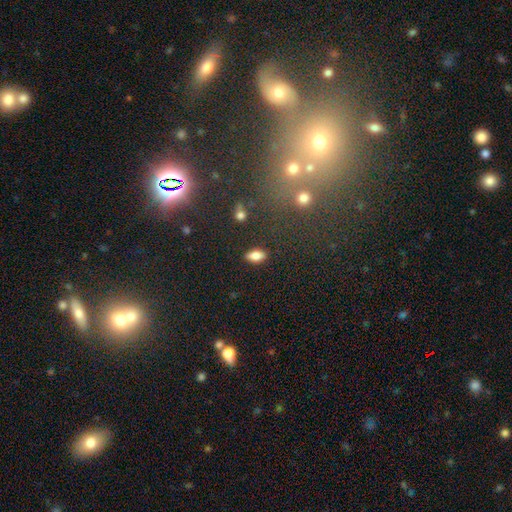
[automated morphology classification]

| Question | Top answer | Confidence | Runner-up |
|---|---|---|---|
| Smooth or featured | smooth | 83% | star or artifact (9%) |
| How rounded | in between | 89% | cigar-shaped (6%) |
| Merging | none | 87% | minor disturbance (9%) |